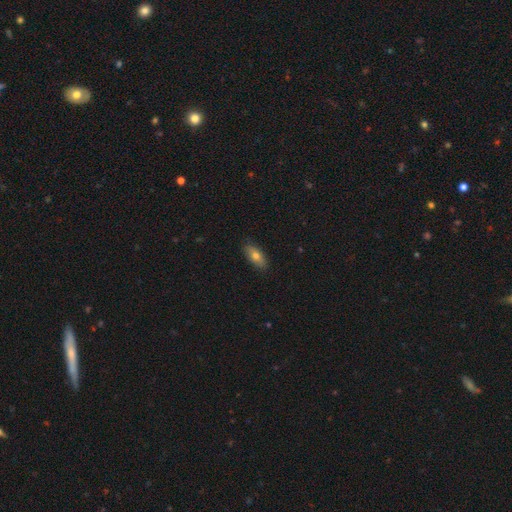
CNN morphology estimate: Smooth or featured? Predicted: smooth (p=0.72). How rounded? Predicted: in between (p=0.83). Merging? Predicted: none (p=0.87).